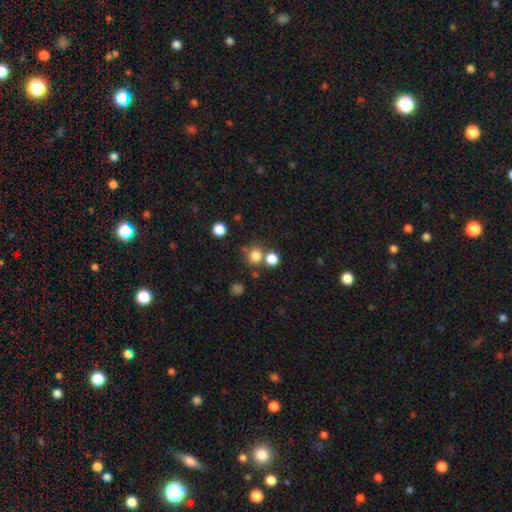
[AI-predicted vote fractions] Q: Smooth or featured?
A: smooth (78%); runner-up: star or artifact (16%)
Q: How rounded?
A: round (89%); runner-up: in between (10%)
Q: Merging?
A: none (68%); runner-up: merger (20%)